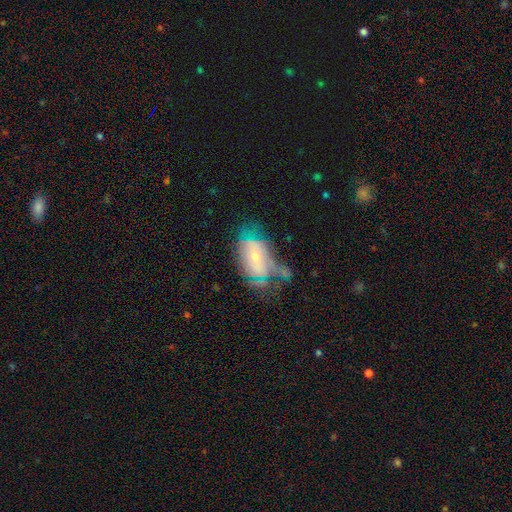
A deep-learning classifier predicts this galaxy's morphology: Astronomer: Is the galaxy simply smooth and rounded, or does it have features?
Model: featured or disk — 59%.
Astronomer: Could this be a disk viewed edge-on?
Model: no — 93%.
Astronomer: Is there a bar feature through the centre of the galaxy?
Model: no — 73%.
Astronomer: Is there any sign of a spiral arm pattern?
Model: yes — 54% (runner-up: no, 46%).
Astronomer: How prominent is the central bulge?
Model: small — 60% (runner-up: moderate, 35%).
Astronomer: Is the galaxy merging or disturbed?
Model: none — 34% (runner-up: minor disturbance, 29%).